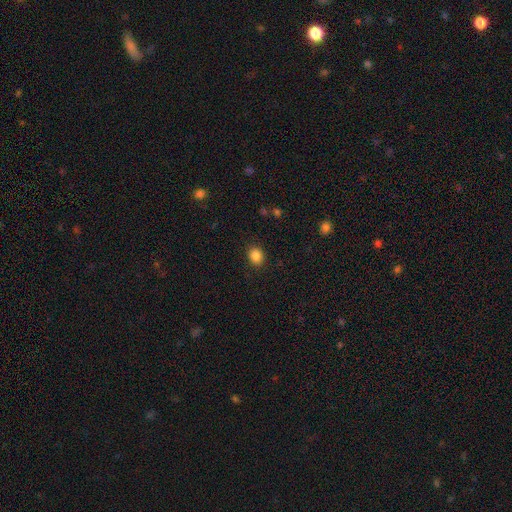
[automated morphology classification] Smooth or featured: smooth — 86% (star or artifact — 10%)
How rounded: round — 57% (in between — 42%)
Merging: none — 89% (minor disturbance — 8%)